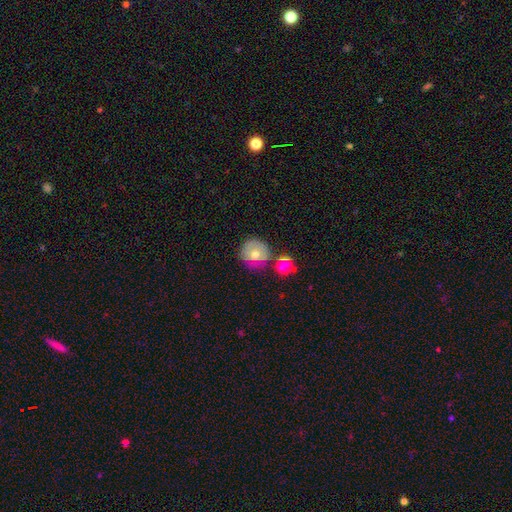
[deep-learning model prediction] Overall: smooth (60%; featured or disk 29%). How rounded: round (89%). Merging: none (60%).